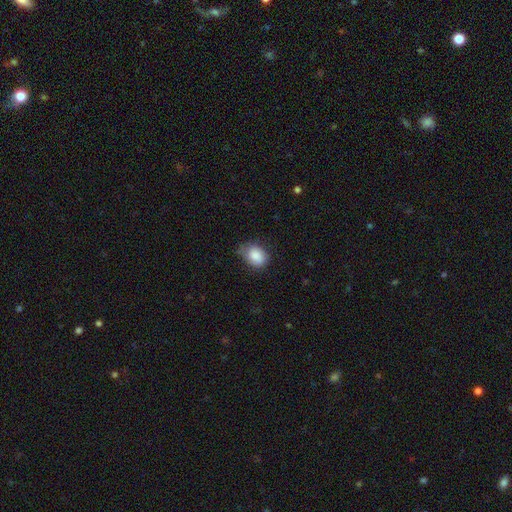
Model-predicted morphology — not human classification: type=smooth (86%); roundness=in between (64%); merging=none (55%).